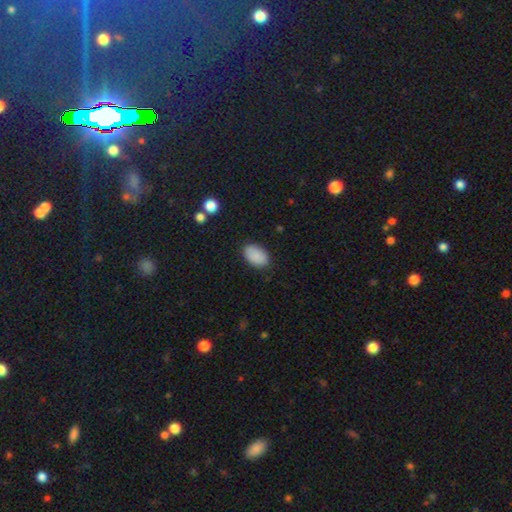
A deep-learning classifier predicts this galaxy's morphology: Smooth or featured?
  - smooth: 89% *
  - star or artifact: 7%
  - featured or disk: 4%
How rounded?
  - in between: 92% *
  - round: 7%
  - cigar-shaped: 1%
Merging?
  - none: 86% *
  - minor disturbance: 11%
  - major disturbance: 2%
  - merger: 1%